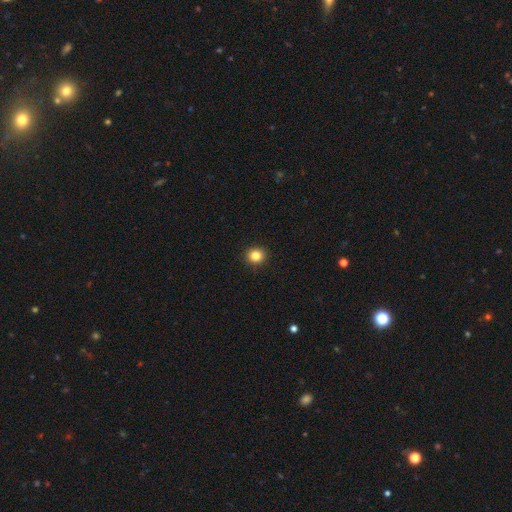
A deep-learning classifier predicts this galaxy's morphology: smooth_or_featured: smooth (p=0.84) [alt: star or artifact p=0.11]
how_rounded: round (p=0.87) [alt: in between p=0.12]
merging: none (p=0.93) [alt: minor disturbance p=0.05]